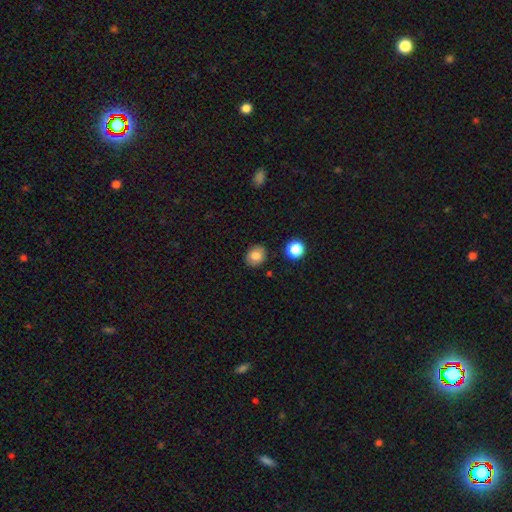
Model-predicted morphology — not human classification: Smooth or featured? smooth (79%)
How rounded? round (65%)
Merging? none (85%)